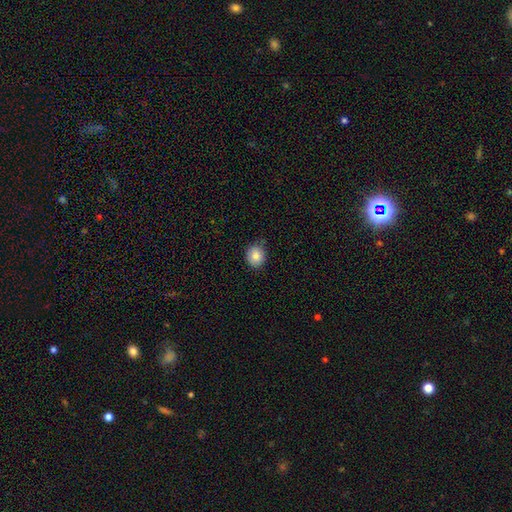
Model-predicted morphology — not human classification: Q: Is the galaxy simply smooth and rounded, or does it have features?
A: smooth — 84%.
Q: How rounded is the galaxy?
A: round — 81%.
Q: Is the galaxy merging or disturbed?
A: none — 79%.